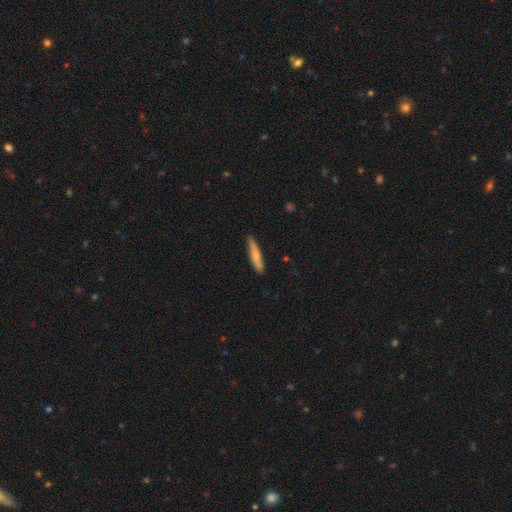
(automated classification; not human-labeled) Overall: smooth (66%; featured or disk 28%). How rounded: cigar-shaped (87%). Merging: none (83%).